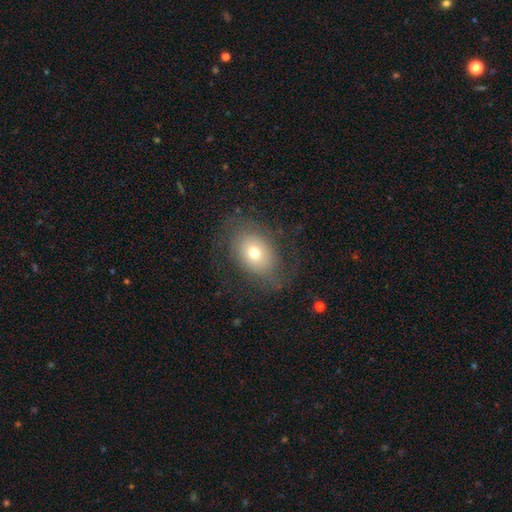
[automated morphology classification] Smooth or featured? Predicted: smooth (p=0.51). How rounded? Predicted: in between (p=0.73). Merging? Predicted: none (p=0.79).